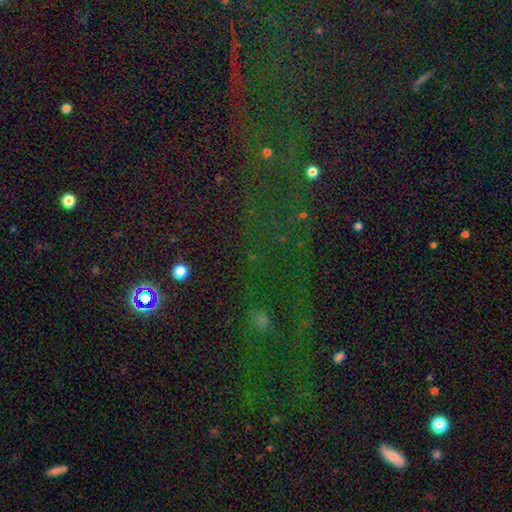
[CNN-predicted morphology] star or artifact 74%, smooth 15%, featured or disk 11%.